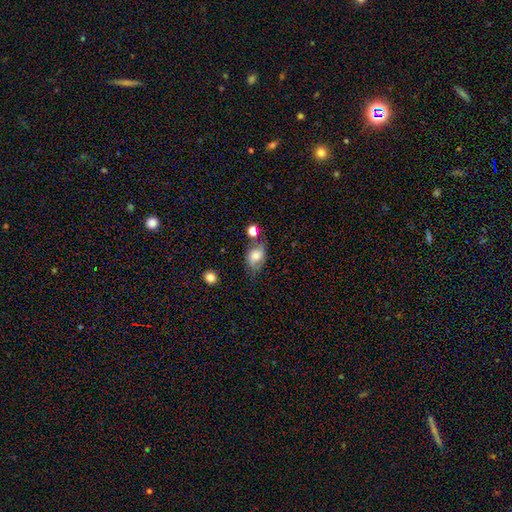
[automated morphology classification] smooth_or_featured: smooth (p=0.54) [alt: featured or disk p=0.36]
how_rounded: in between (p=0.77) [alt: round p=0.21]
merging: none (p=0.58) [alt: minor disturbance p=0.25]